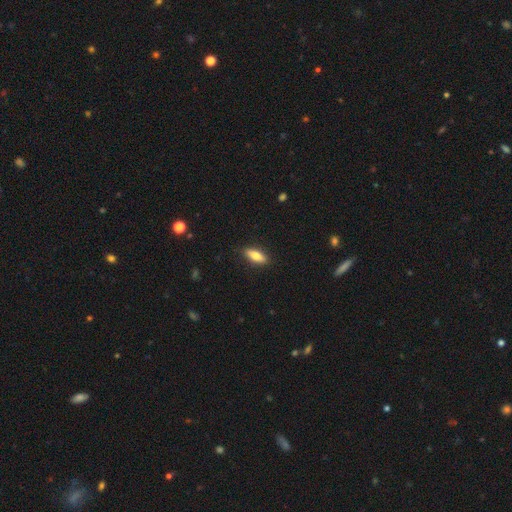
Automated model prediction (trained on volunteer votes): A smooth galaxy with no disk features (74%) that is in between round and cigar-shaped (67%). Merging: none (88%).